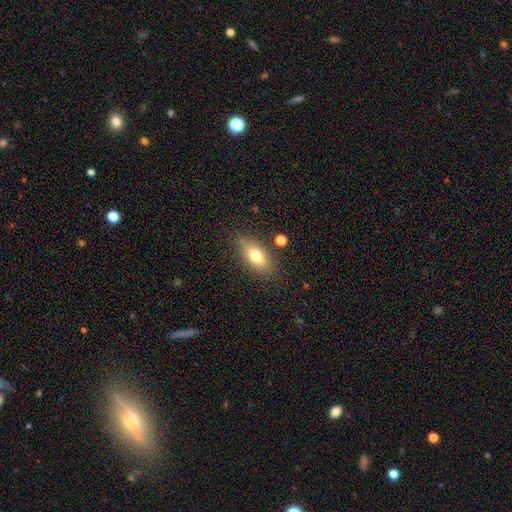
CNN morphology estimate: type=smooth (75%); roundness=in between (84%); merging=none (79%).